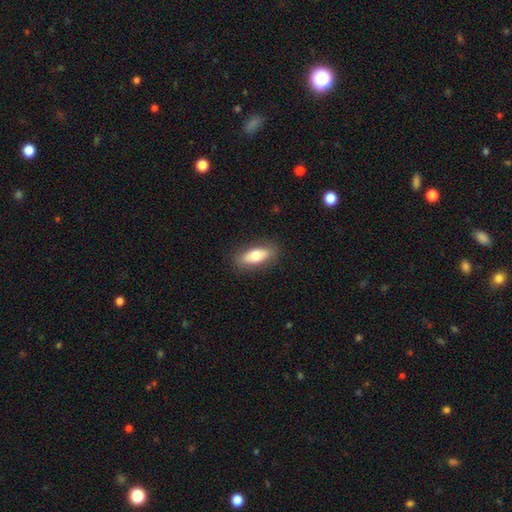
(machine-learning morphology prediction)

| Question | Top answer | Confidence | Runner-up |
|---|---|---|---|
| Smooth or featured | smooth | 73% | featured or disk (21%) |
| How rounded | in between | 78% | cigar-shaped (19%) |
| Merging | none | 85% | minor disturbance (11%) |